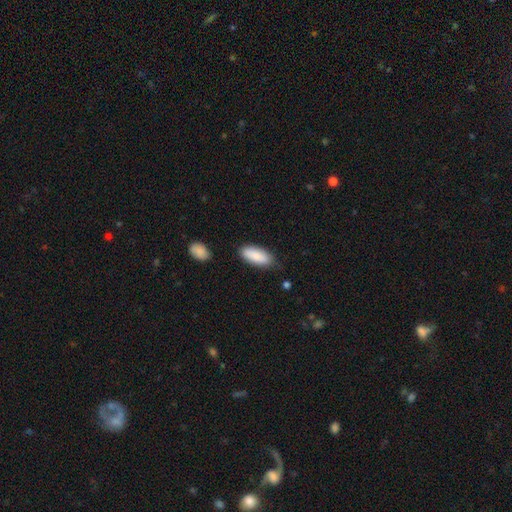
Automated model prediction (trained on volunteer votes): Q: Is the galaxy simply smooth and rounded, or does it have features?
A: smooth — 86%.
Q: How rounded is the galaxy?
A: in between — 82%.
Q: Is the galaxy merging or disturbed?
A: none — 80%.